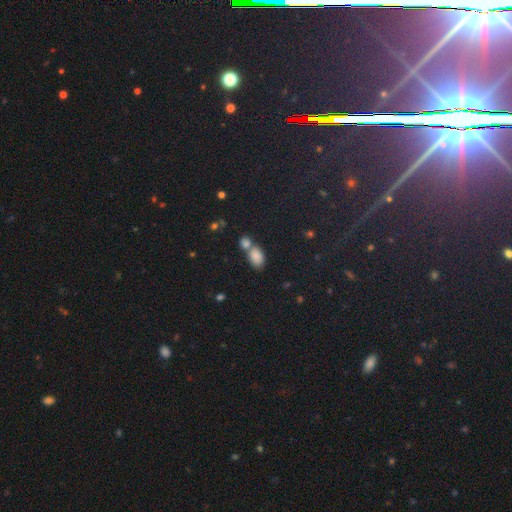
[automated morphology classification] Smooth or featured: smooth — 82% (star or artifact — 11%)
How rounded: in between — 88% (round — 10%)
Merging: merger — 45% (none — 39%)